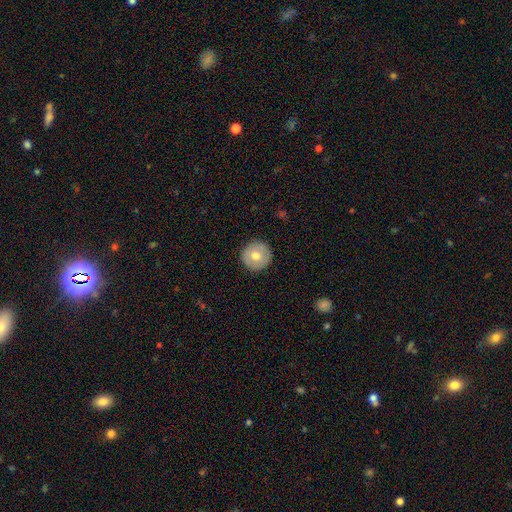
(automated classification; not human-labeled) This appears to be a smooth galaxy with no disk features (67%) that is round (96%). Merging: none (92%).